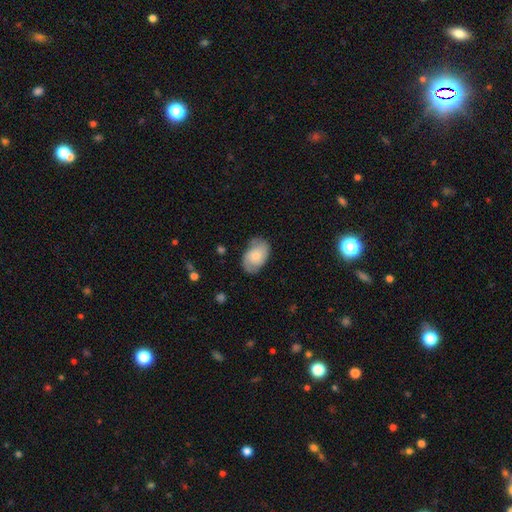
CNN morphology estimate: smooth 47%, featured or disk 46%, star or artifact 7%. Down the decision tree: merging — none (71%).